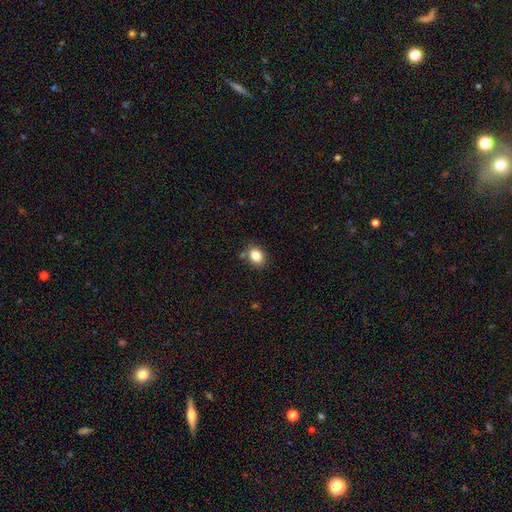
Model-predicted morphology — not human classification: This is clearly a smooth galaxy (84%). How rounded: possibly in between (59%). Merging: likely none (80%).